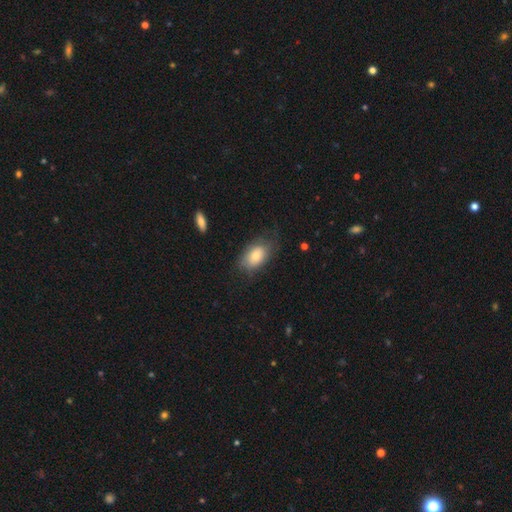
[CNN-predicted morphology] Smooth or featured? smooth (73%)
How rounded? in between (90%)
Merging? none (64%)